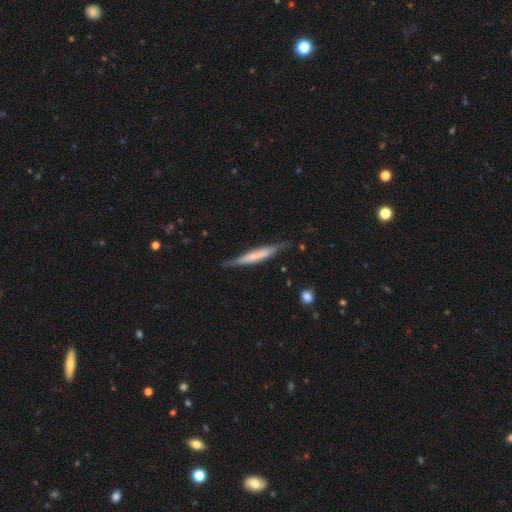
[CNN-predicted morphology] Q: Smooth or featured?
A: smooth (48%); runner-up: featured or disk (46%)
Q: Merging?
A: none (78%); runner-up: minor disturbance (17%)